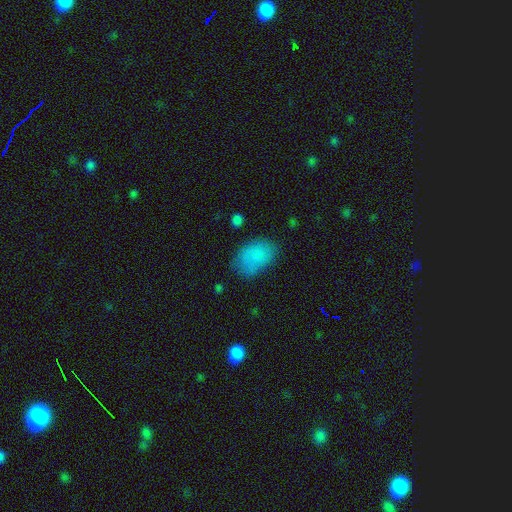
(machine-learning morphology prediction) The model was most divided on "merging": none: 63%, minor disturbance: 26%, major disturbance: 9%, merger: 2%. More confident: how rounded — in between (89%); smooth or featured — smooth (83%).